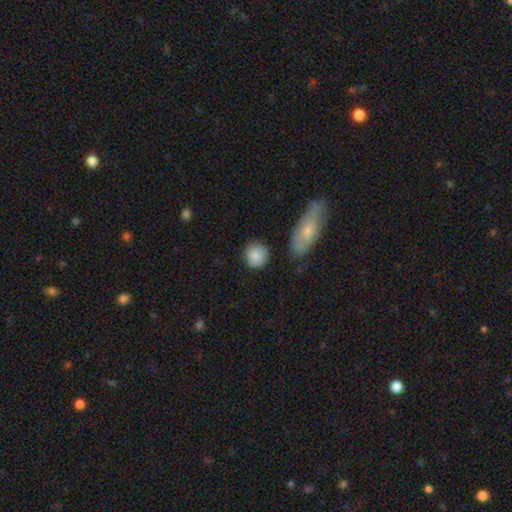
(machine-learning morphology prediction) Smooth or featured?
  - smooth: 86% *
  - star or artifact: 7%
  - featured or disk: 7%
How rounded?
  - round: 86% *
  - in between: 13%
  - cigar-shaped: 1%
Merging?
  - none: 80% *
  - minor disturbance: 12%
  - merger: 4%
  - major disturbance: 3%